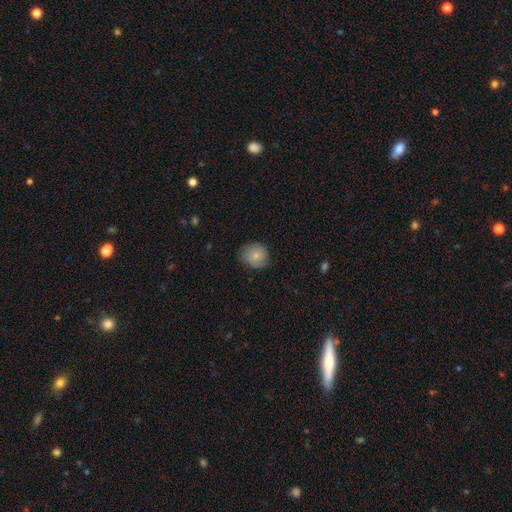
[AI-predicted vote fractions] Overall: smooth (77%). How rounded: round (78%). Merging: none (74%).